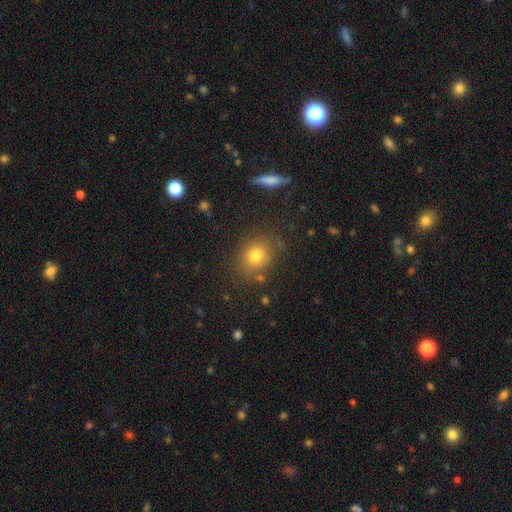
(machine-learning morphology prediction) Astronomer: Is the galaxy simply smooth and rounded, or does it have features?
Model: smooth — 77%.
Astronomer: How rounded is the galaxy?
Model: round — 69%.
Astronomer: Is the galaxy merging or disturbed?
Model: none — 81%.